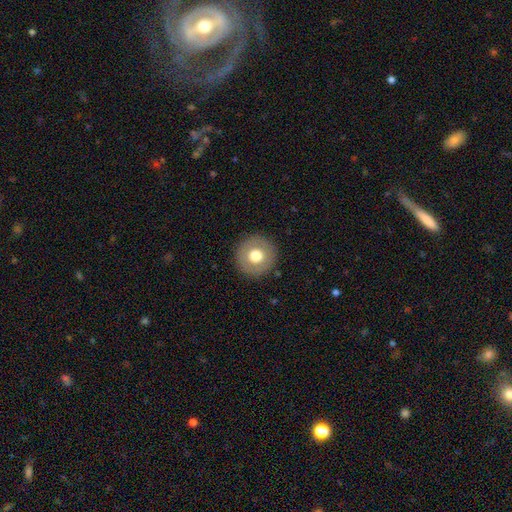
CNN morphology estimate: A smooth galaxy with no disk features (65%) that is round (96%). Merging: none (90%).